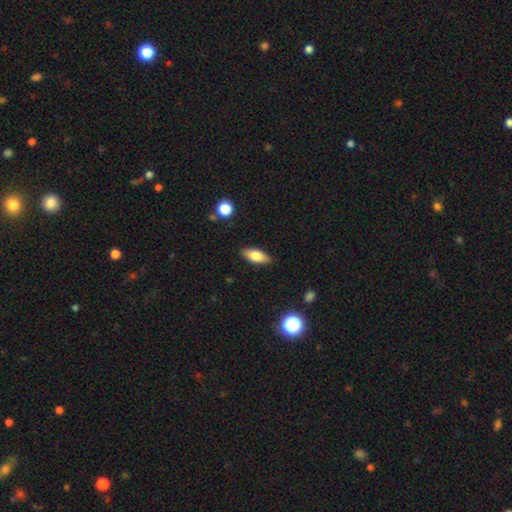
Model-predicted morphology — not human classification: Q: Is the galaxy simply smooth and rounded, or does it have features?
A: smooth — 75%.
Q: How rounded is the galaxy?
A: in between — 78%.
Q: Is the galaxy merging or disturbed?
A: none — 87%.